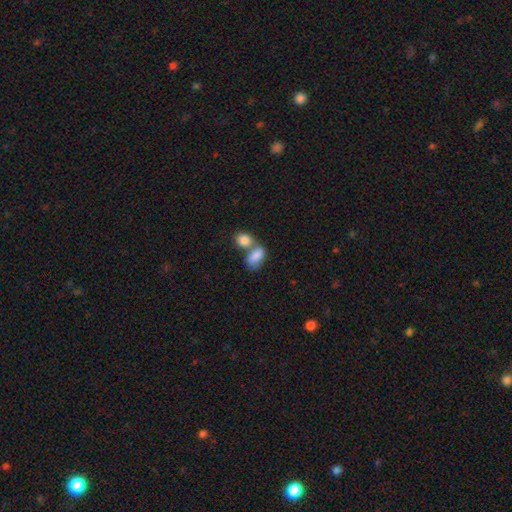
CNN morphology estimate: This is clearly a smooth galaxy (84%). How rounded: clearly in between (86%). Merging: likely merger (62%).